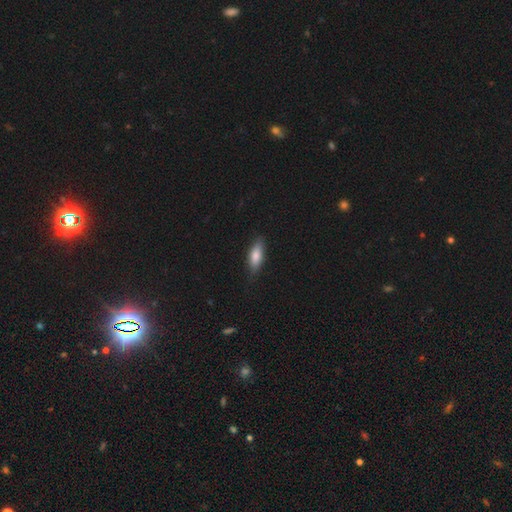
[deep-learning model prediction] Smooth or featured?
  - smooth: 79% *
  - featured or disk: 14%
  - star or artifact: 6%
How rounded?
  - in between: 70% *
  - cigar-shaped: 27%
  - round: 2%
Merging?
  - none: 82% *
  - minor disturbance: 15%
  - major disturbance: 2%
  - merger: 1%